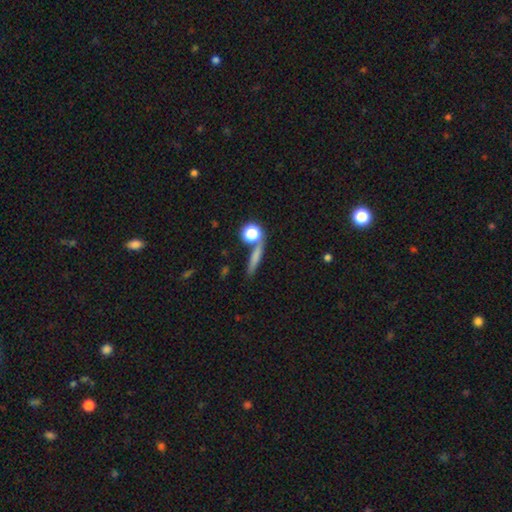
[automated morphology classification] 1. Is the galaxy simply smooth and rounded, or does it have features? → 68% smooth, 19% featured or disk, 13% star or artifact.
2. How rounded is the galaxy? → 69% cigar-shaped, 18% round, 13% in between.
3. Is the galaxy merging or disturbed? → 71% none, 14% merger, 11% minor disturbance, 5% major disturbance.